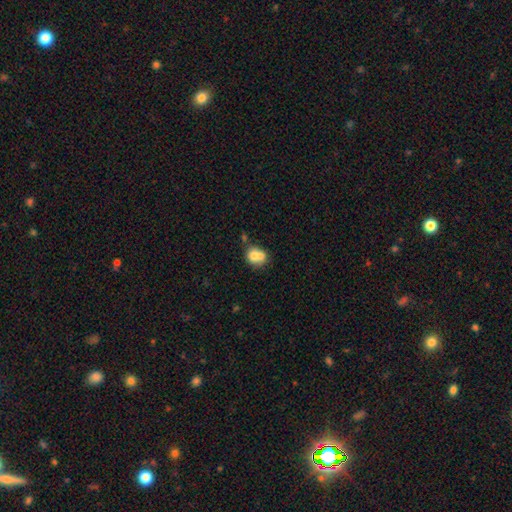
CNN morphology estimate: This is likely a smooth galaxy (70%). How rounded: likely round (62%). Merging: possibly merger (56%).